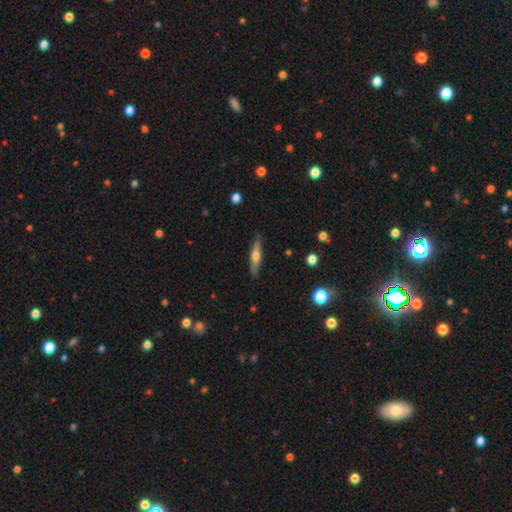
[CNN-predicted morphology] Overall: featured or disk (49%; smooth 45%). Merging: none (88%).